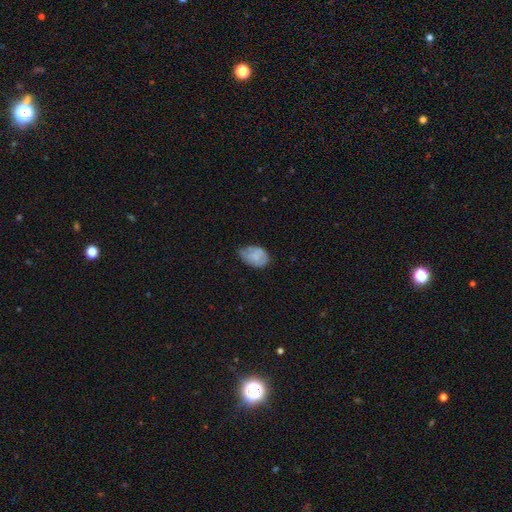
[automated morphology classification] type=smooth (68%); roundness=in between (79%); merging=none (44%).